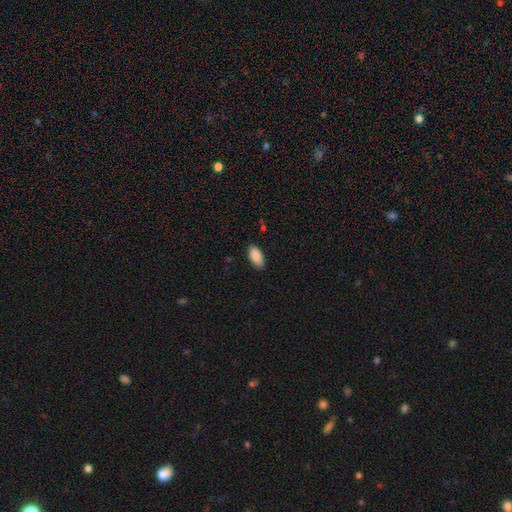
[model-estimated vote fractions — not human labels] Smooth or featured? Predicted: smooth (p=0.89). How rounded? Predicted: in between (p=0.92). Merging? Predicted: none (p=0.86).